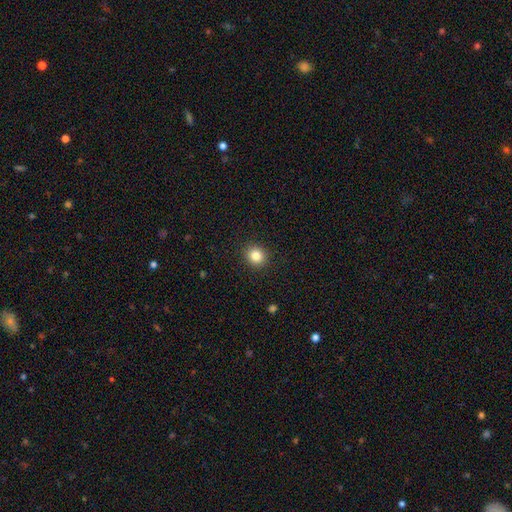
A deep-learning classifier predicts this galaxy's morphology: A smooth galaxy with no disk features (84%) that is round (85%). Merging: none (92%).